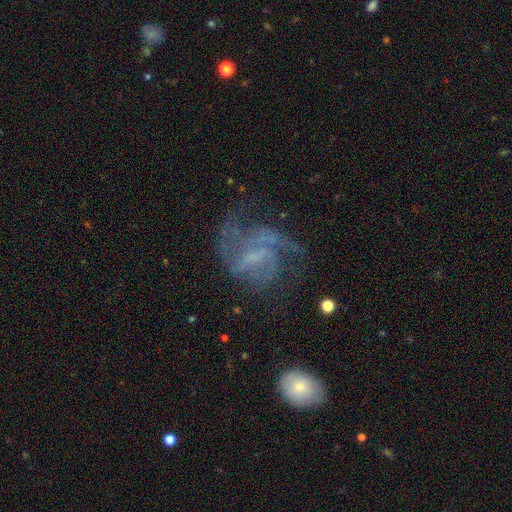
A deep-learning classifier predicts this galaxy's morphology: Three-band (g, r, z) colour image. It shows a featured or disk galaxy (73%) with a weak bar (45%), medium (44%) spiral arms (78%) and no central bulge (44%). Merging: none (43%).